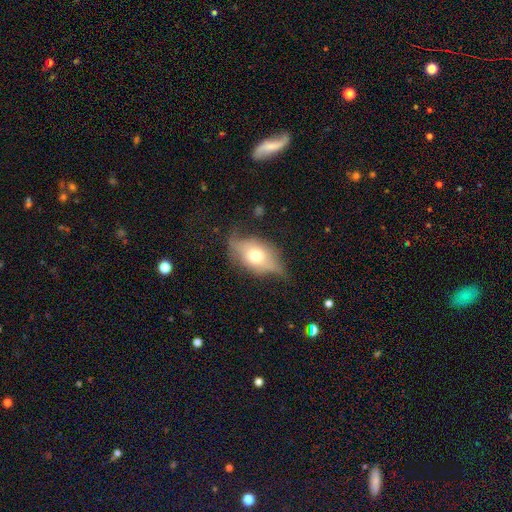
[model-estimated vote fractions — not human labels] A featured or disk galaxy (51%) viewed edge-on (53%). Merging: none (49%).